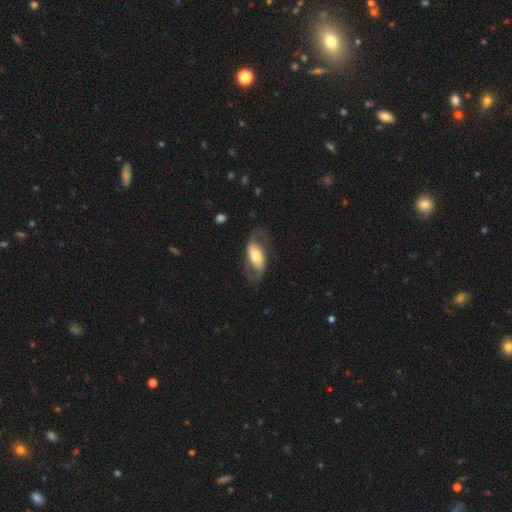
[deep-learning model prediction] A featured or disk galaxy (57%) with no bar (43%), spiral arms (69%) and a moderate central bulge (60%). Merging: none (66%).